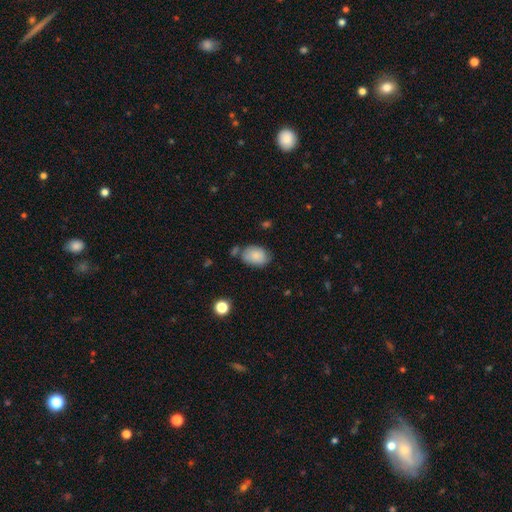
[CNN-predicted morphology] The model was most divided on "merging": none: 61%, minor disturbance: 24%, merger: 9%, major disturbance: 6%. More confident: smooth or featured — smooth (84%); how rounded — in between (81%).